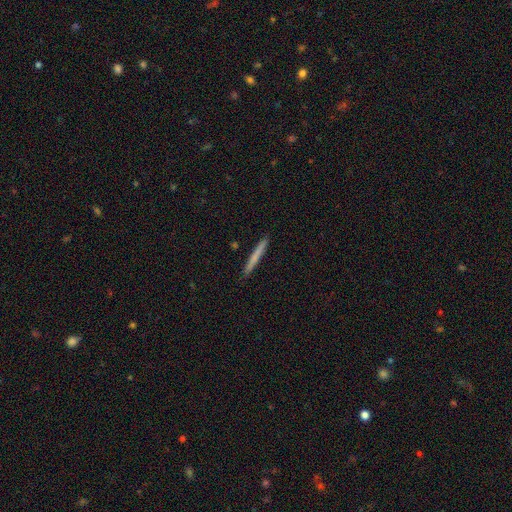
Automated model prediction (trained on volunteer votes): This appears to be a smooth galaxy with no disk features (66%) that is cigar-shaped (97%). Merging: none (92%).